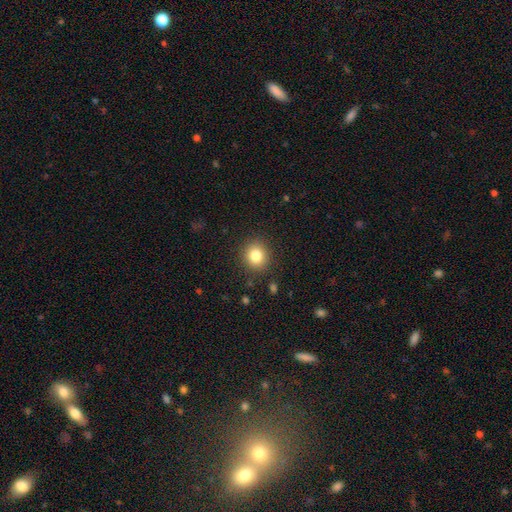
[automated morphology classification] Smooth or featured? Predicted: smooth (p=0.82). How rounded? Predicted: round (p=0.85). Merging? Predicted: none (p=0.89).